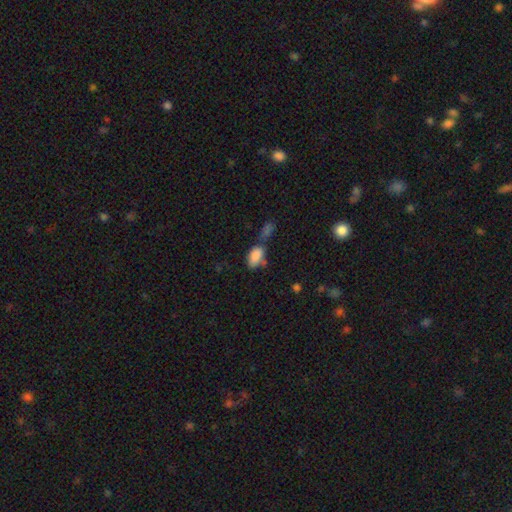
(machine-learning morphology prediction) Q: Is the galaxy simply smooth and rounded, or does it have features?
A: smooth — 85%.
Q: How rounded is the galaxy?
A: in between — 92%.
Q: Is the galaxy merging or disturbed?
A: none — 38%.